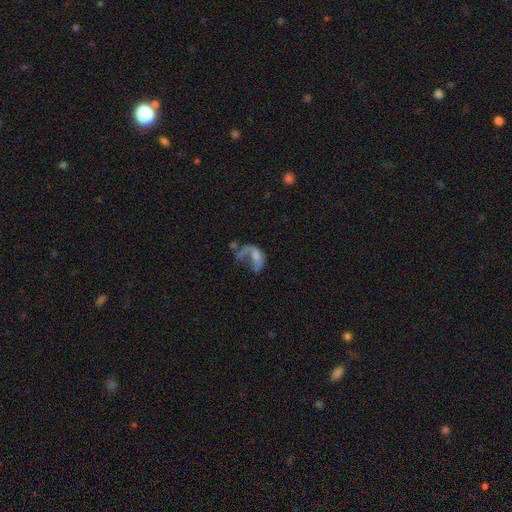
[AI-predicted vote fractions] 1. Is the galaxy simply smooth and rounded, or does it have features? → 57% featured or disk, 31% smooth, 12% star or artifact.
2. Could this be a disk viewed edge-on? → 96% no, 4% yes.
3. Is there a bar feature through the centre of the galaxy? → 73% no, 21% weak, 6% strong.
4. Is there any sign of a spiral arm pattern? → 51% no, 49% yes.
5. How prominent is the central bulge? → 39% small, 29% moderate, 27% none, 4% large, 2% dominant.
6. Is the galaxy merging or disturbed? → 50% major disturbance, 20% none, 17% merger, 12% minor disturbance.